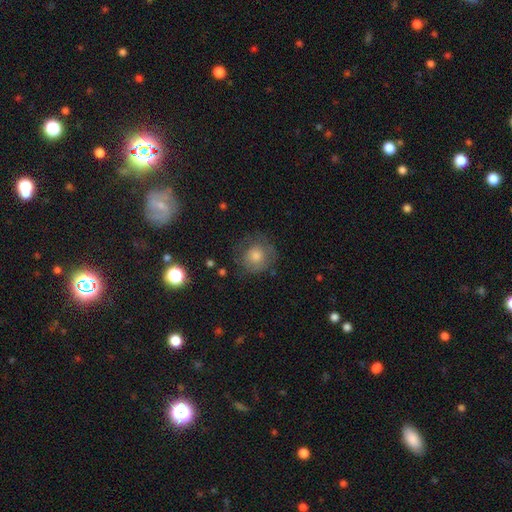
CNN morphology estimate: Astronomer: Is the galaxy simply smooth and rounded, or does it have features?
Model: smooth — 58%.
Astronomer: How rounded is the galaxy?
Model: round — 90%.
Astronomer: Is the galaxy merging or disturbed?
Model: none — 74%.